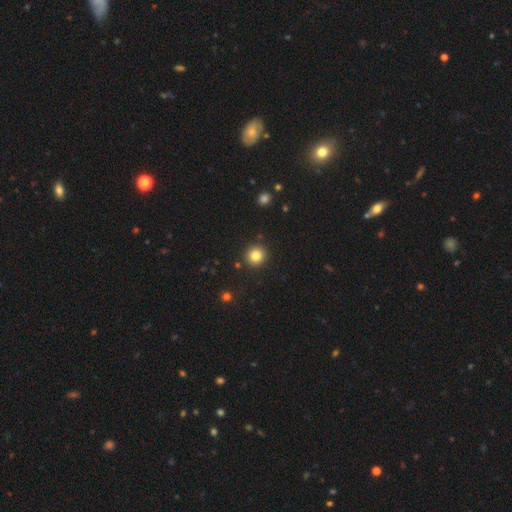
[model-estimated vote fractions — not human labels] Smooth or featured? smooth (83%)
How rounded? round (94%)
Merging? none (91%)